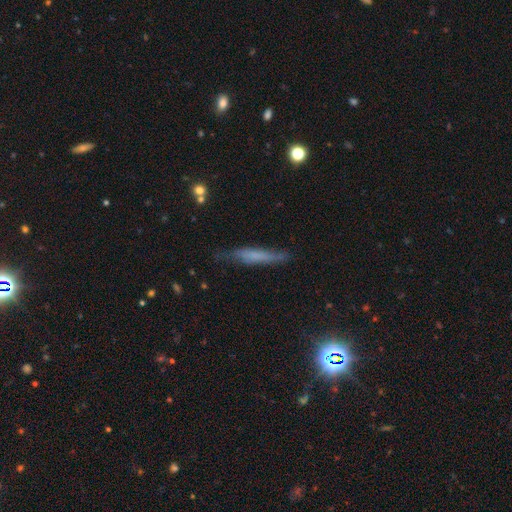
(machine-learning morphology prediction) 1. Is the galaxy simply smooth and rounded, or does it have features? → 53% smooth, 37% featured or disk, 9% star or artifact.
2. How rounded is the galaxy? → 90% cigar-shaped, 8% in between, 2% round.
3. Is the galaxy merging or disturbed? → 70% none, 22% minor disturbance, 6% major disturbance, 2% merger.